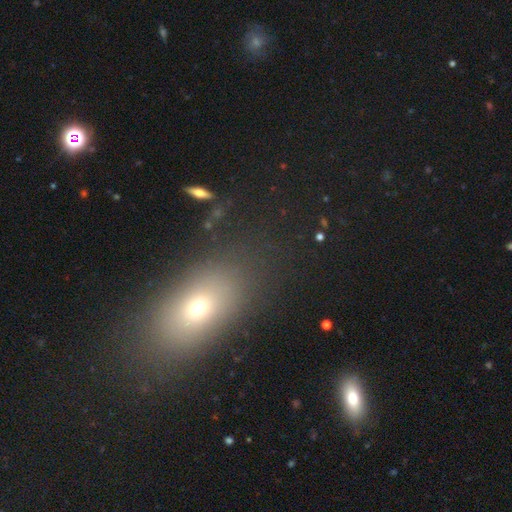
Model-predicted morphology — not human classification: Q: Smooth or featured?
A: smooth (63%); runner-up: star or artifact (21%)
Q: How rounded?
A: in between (74%); runner-up: round (19%)
Q: Merging?
A: none (83%); runner-up: minor disturbance (10%)